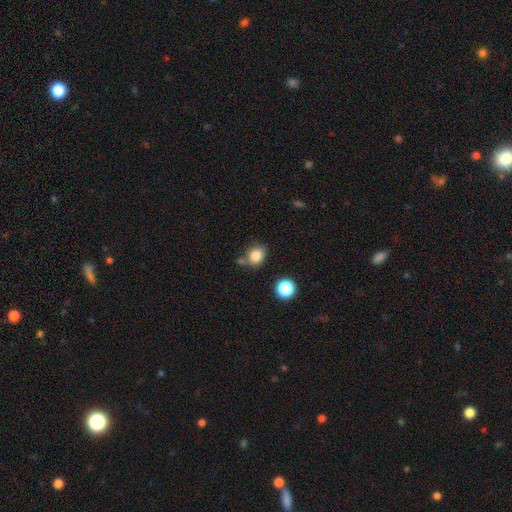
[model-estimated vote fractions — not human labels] Smooth or featured?
  - smooth: 83% *
  - star or artifact: 11%
  - featured or disk: 6%
How rounded?
  - round: 61% *
  - in between: 38%
  - cigar-shaped: 1%
Merging?
  - none: 62% *
  - minor disturbance: 19%
  - merger: 14%
  - major disturbance: 5%